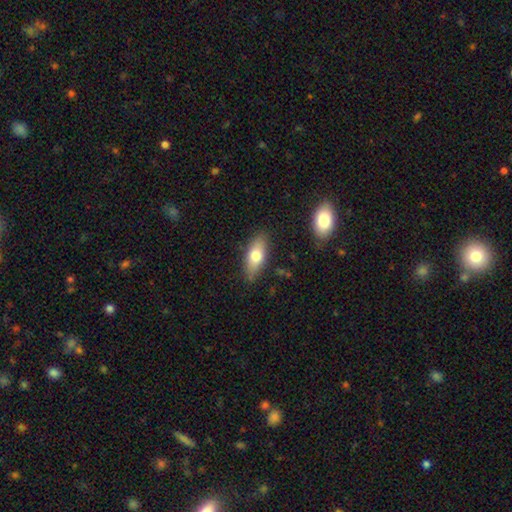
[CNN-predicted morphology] Smooth or featured? Predicted: smooth (p=0.71). How rounded? Predicted: in between (p=0.78). Merging? Predicted: none (p=0.83).